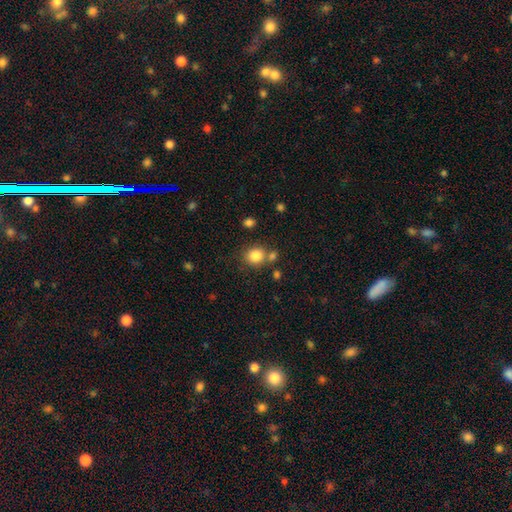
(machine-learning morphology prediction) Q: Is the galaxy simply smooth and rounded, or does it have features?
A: smooth — 83%.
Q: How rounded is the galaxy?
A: round — 80%.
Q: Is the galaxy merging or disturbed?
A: none — 70%.